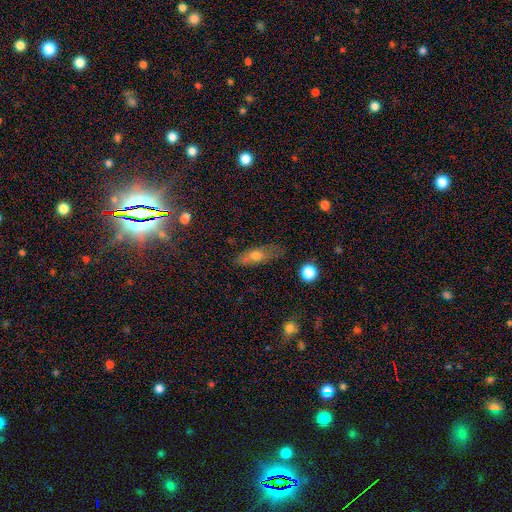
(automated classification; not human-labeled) Smooth or featured: smooth — 59% (featured or disk — 31%)
How rounded: in between — 48% (cigar-shaped — 47%)
Merging: none — 74% (minor disturbance — 19%)